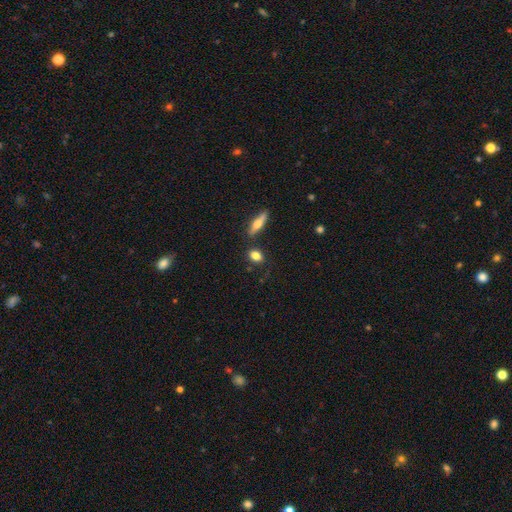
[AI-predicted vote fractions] smooth-or-featured: smooth: 82% | featured or disk: 10% | star or artifact: 8%
  how-rounded: in between: 65% | round: 27% | cigar-shaped: 8%
  merging: none: 76% | minor disturbance: 14% | merger: 7% | major disturbance: 4%